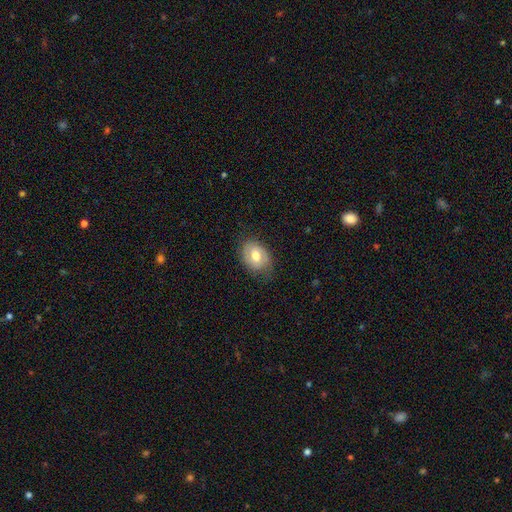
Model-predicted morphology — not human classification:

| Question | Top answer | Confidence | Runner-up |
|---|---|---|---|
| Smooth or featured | smooth | 56% | featured or disk (36%) |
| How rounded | in between | 71% | round (28%) |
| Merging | none | 70% | minor disturbance (22%) |